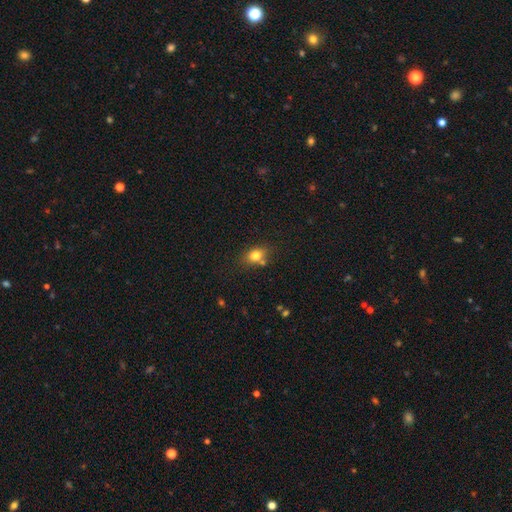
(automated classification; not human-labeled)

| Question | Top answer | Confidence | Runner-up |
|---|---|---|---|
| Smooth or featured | smooth | 79% | star or artifact (11%) |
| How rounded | in between | 59% | round (39%) |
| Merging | none | 65% | minor disturbance (16%) |